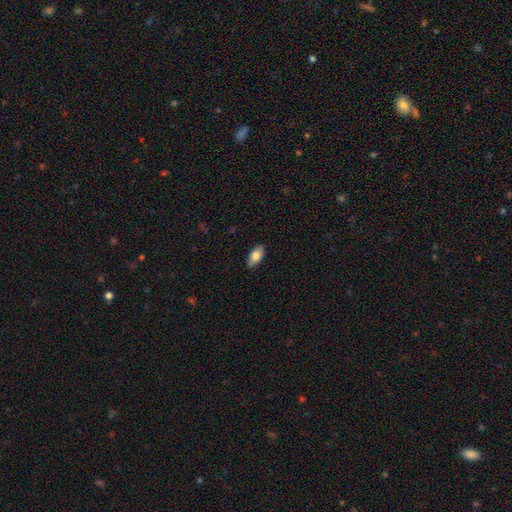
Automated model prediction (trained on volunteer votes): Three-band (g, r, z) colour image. It shows a smooth galaxy with no disk features (80%) that is in between round and cigar-shaped (91%). Merging: none (87%).